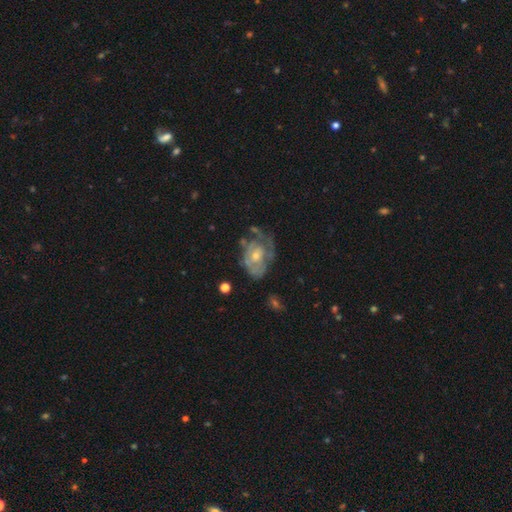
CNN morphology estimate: featured or disk 70%, smooth 20%, star or artifact 9%. Down the decision tree: edge-on disk — no (96%); bar — no (79%); spiral arms — yes (67%); bulge size — moderate (49%); merging — none (47%).